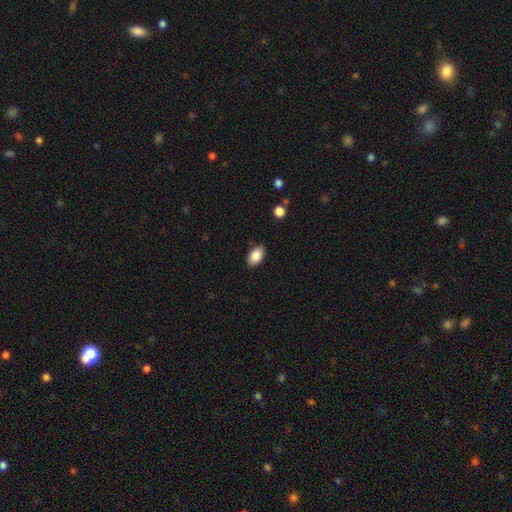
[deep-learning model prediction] smooth_or_featured: smooth (p=0.86) [alt: star or artifact p=0.07]
how_rounded: in between (p=0.92) [alt: round p=0.06]
merging: none (p=0.86) [alt: minor disturbance p=0.10]